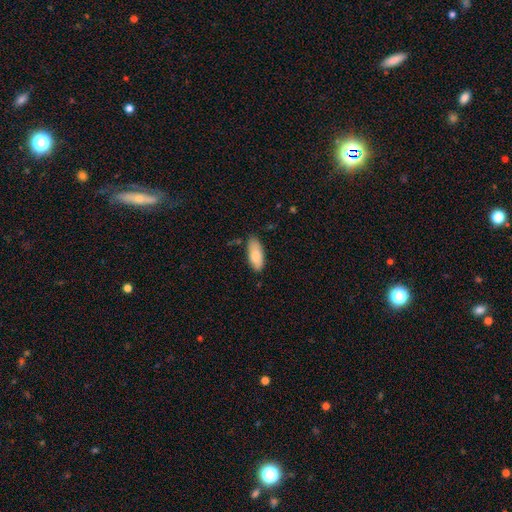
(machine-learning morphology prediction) A smooth galaxy with no disk features (85%) that is in between round and cigar-shaped (83%).

Vote fractions:
- Smooth or featured? smooth: 85% / featured or disk: 9% / star or artifact: 6%
- How rounded? in between: 83% / cigar-shaped: 15% / round: 2%
- Merging? none: 77% / minor disturbance: 18% / major disturbance: 3% / merger: 2%